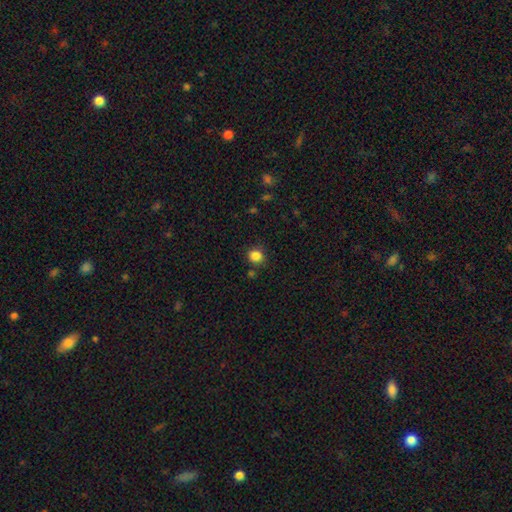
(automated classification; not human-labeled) Smooth or featured: smooth — 85% (star or artifact — 12%)
How rounded: round — 82% (in between — 17%)
Merging: none — 83% (minor disturbance — 10%)